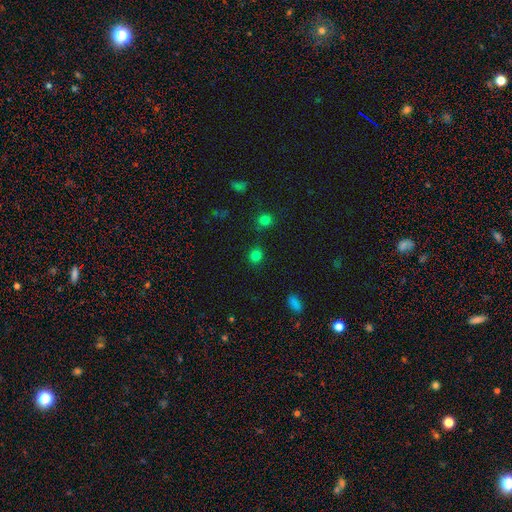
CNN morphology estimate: This appears to be a smooth galaxy with no disk features (78%) that is round (83%). Merging: none (83%).